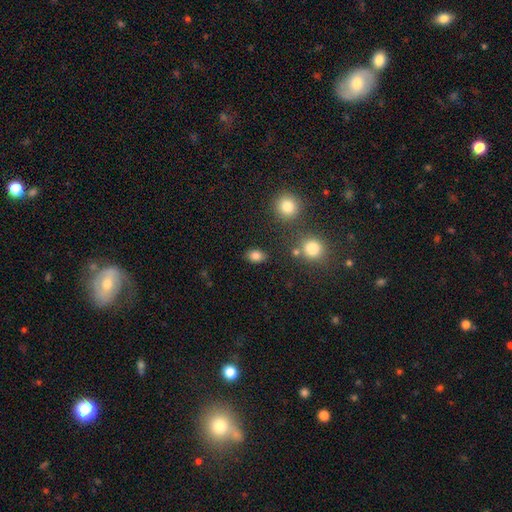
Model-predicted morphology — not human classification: Smooth or featured: smooth — 84% (star or artifact — 11%)
How rounded: in between — 69% (round — 30%)
Merging: none — 85% (minor disturbance — 9%)